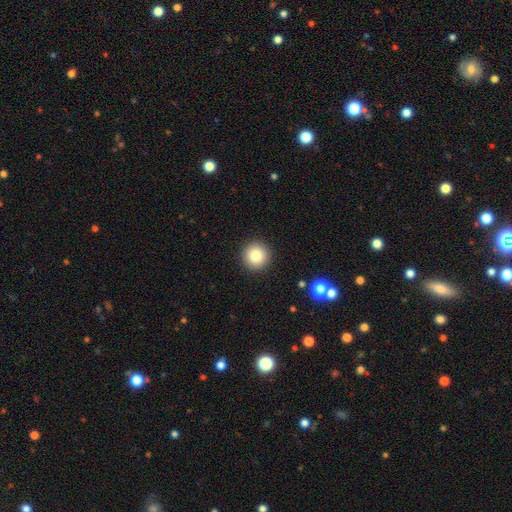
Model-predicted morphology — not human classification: smooth 83%, star or artifact 10%, featured or disk 7%. Down the decision tree: how rounded — round (96%); merging — none (92%).